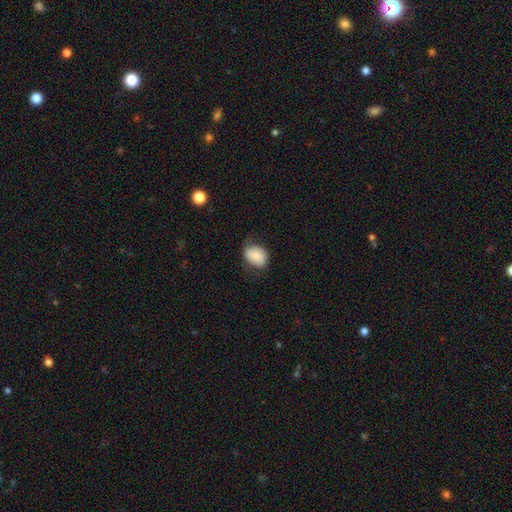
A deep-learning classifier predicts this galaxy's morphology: This is likely a smooth galaxy (78%). How rounded: likely in between (61%). Merging: likely none (65%).